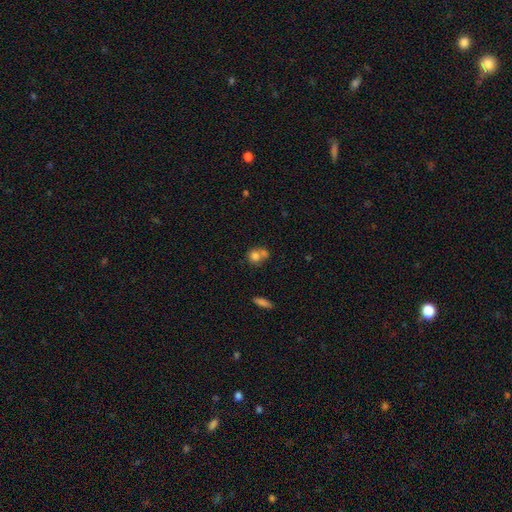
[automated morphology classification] Smooth or featured? Predicted: smooth (p=0.76). How rounded? Predicted: round (p=0.74). Merging? Predicted: merger (p=0.51).